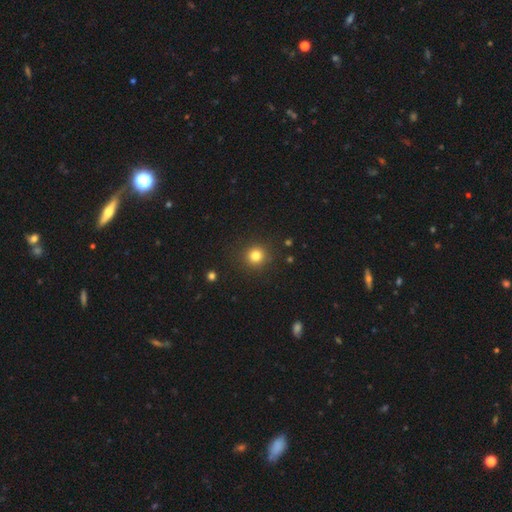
A smooth galaxy with no disk features (76%) that is round (86%). Merging: none (88%).